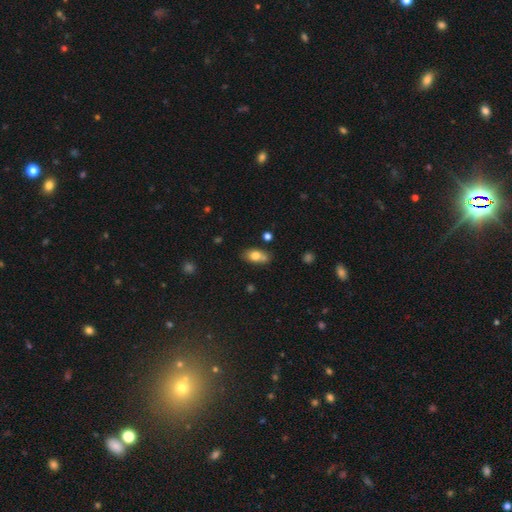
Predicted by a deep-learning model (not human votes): A smooth galaxy with no disk features (77%) that is in between round and cigar-shaped (82%). Merging: none (59%).